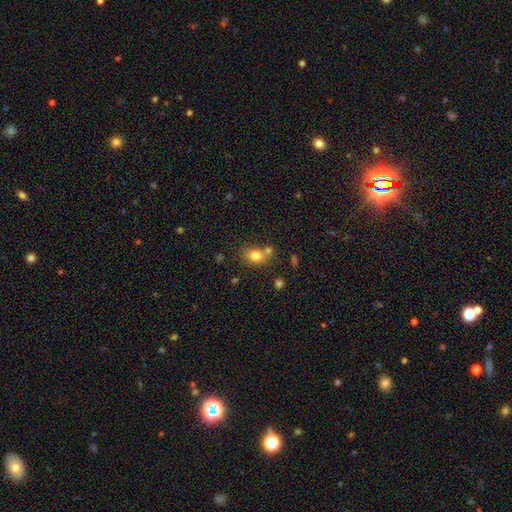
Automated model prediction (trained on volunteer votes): Overall: smooth (80%). How rounded: in between (52%; round 46%). Merging: none (55%; merger 25%).